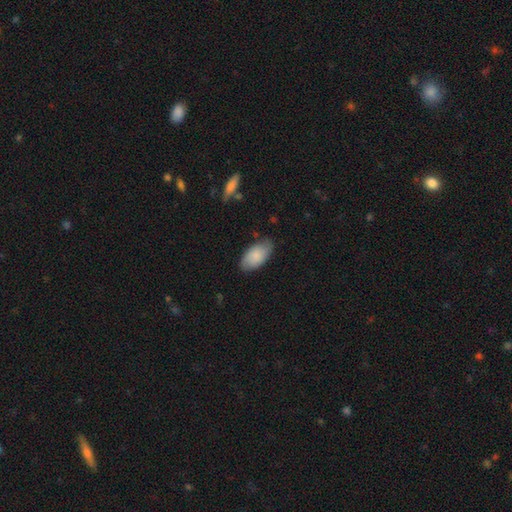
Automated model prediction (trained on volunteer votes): Smooth or featured: smooth — 80% (featured or disk — 14%)
How rounded: in between — 95% (round — 3%)
Merging: none — 76% (minor disturbance — 19%)